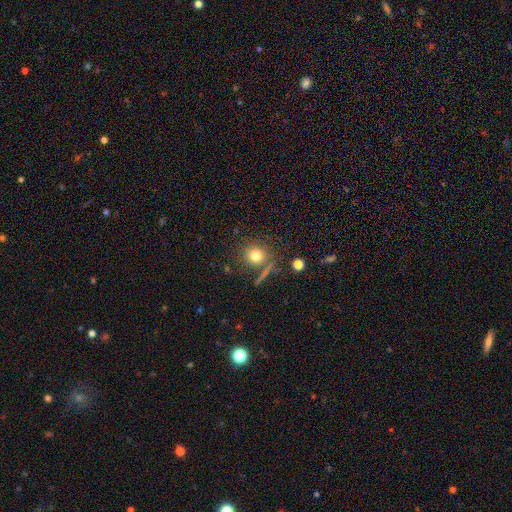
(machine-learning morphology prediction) smooth-or-featured: smooth: 75% | star or artifact: 14% | featured or disk: 11%
  how-rounded: round: 91% | in between: 8% | cigar-shaped: 1%
  merging: none: 75% | minor disturbance: 10% | merger: 9% | major disturbance: 5%